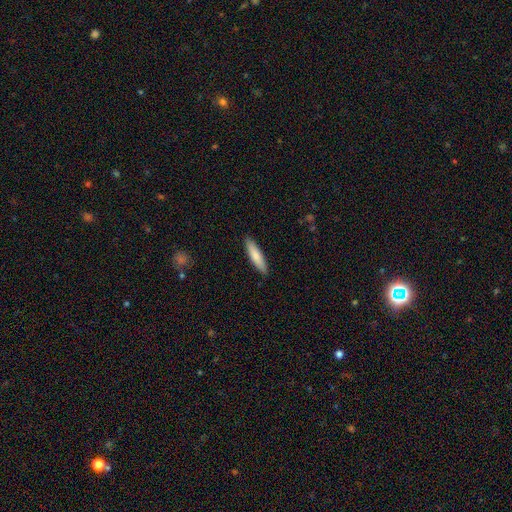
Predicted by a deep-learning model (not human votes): Smooth or featured? Predicted: smooth (p=0.78). How rounded? Predicted: cigar-shaped (p=0.78). Merging? Predicted: none (p=0.90).